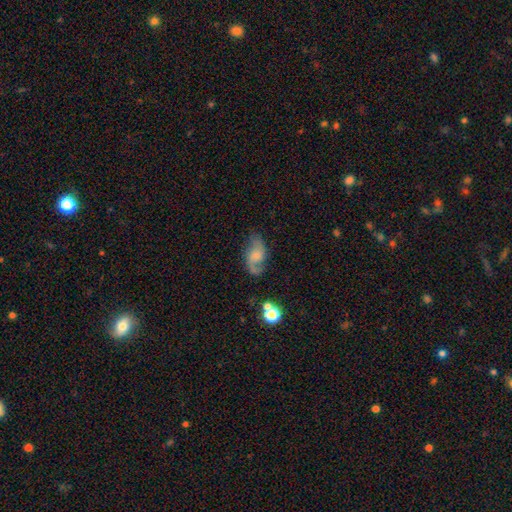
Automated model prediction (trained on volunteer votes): smooth_or_featured: featured or disk (p=0.65) [alt: smooth p=0.25]
disk_edge_on: no (p=0.96) [alt: yes p=0.04]
bar: no (p=0.60) [alt: weak p=0.35]
has_spiral_arms: yes (p=0.92) [alt: no p=0.08]
spiral_winding: loose (p=0.58) [alt: medium p=0.33]
spiral_arm_count: 2 (p=0.79) [alt: 1 p=0.12]
bulge_size: small (p=0.43) [alt: moderate p=0.29]
merging: none (p=0.60) [alt: minor disturbance p=0.23]